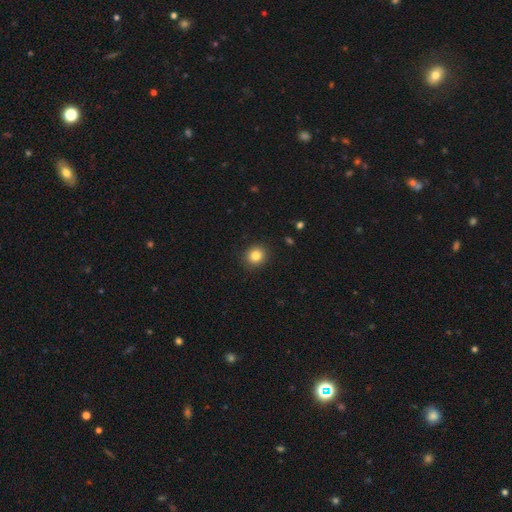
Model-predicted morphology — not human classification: Smooth or featured?
  - smooth: 82% *
  - star or artifact: 11%
  - featured or disk: 7%
How rounded?
  - round: 85% *
  - in between: 14%
  - cigar-shaped: 1%
Merging?
  - none: 91% *
  - minor disturbance: 6%
  - major disturbance: 2%
  - merger: 1%